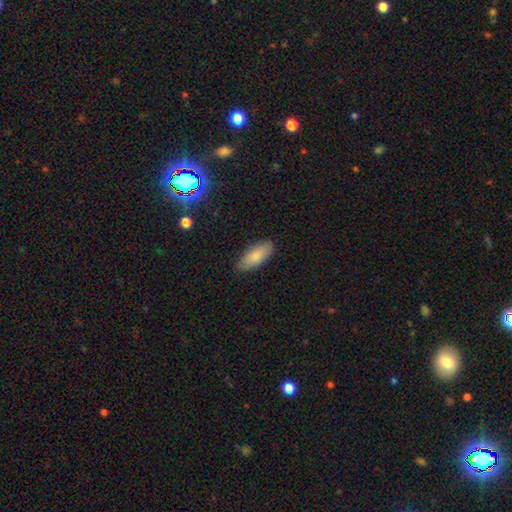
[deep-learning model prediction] smooth-or-featured: smooth: 84% | featured or disk: 10% | star or artifact: 6%
  how-rounded: in between: 82% | cigar-shaped: 16% | round: 2%
  merging: none: 86% | minor disturbance: 11% | major disturbance: 2% | merger: 1%